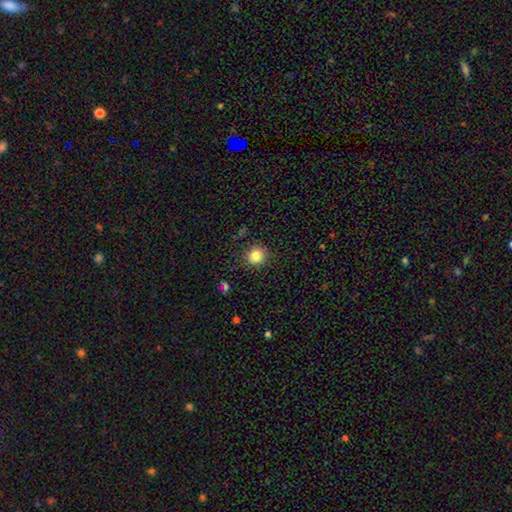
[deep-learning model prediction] Smooth or featured?
  - smooth: 83% *
  - star or artifact: 11%
  - featured or disk: 5%
How rounded?
  - round: 89% *
  - in between: 10%
  - cigar-shaped: 1%
Merging?
  - none: 88% *
  - minor disturbance: 8%
  - major disturbance: 3%
  - merger: 1%